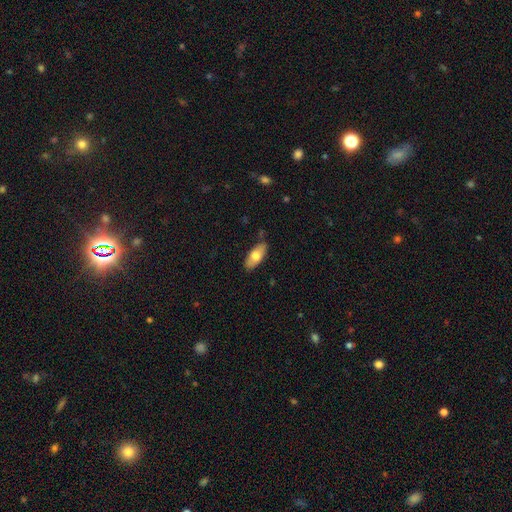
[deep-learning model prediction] This appears to be a smooth galaxy with no disk features (70%) that is in between round and cigar-shaped (85%). Merging: none (81%).